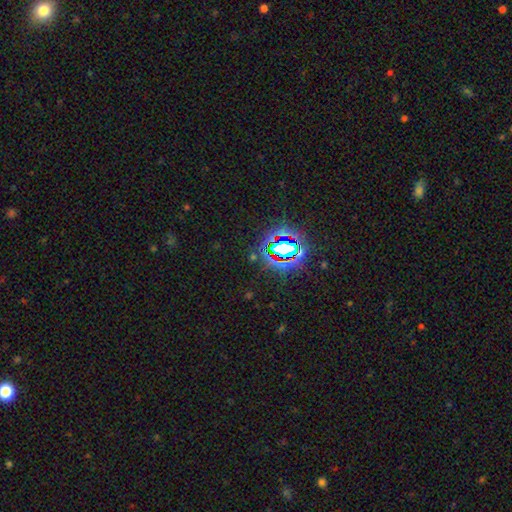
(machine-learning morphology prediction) smooth-or-featured: star or artifact: 78% | smooth: 13% | featured or disk: 9%